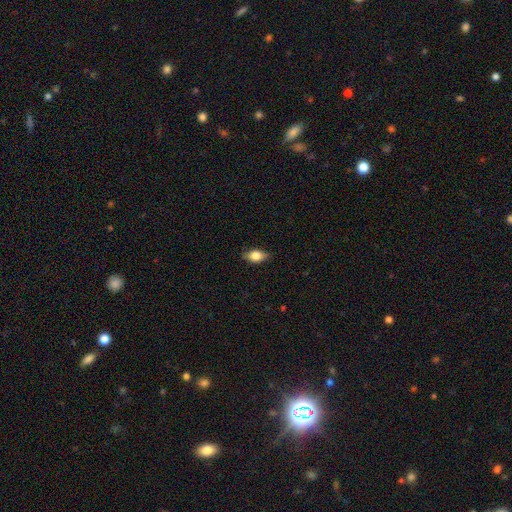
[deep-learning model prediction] smooth 73%, featured or disk 19%, star or artifact 8%. Down the decision tree: how rounded — in between (84%); merging — none (81%).